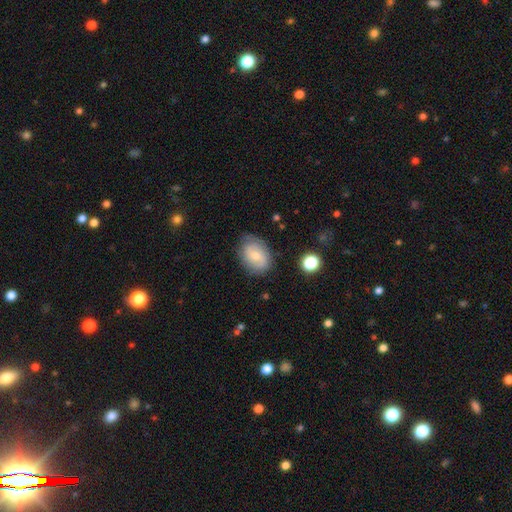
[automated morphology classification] This is possibly a smooth galaxy (58%). How rounded: likely in between (72%). Merging: likely none (71%).